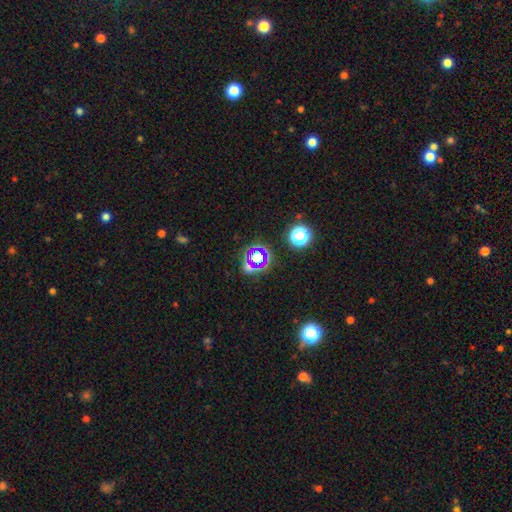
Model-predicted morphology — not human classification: smooth_or_featured: star or artifact (p=0.62) [alt: smooth p=0.27]